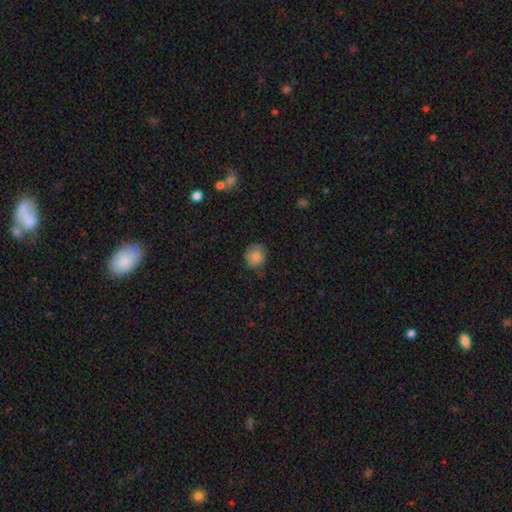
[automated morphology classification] A smooth galaxy with no disk features (84%) that is round (82%).

Vote fractions:
- Smooth or featured? smooth: 84% / star or artifact: 9% / featured or disk: 7%
- How rounded? round: 82% / in between: 17% / cigar-shaped: 1%
- Merging? none: 74% / minor disturbance: 20% / major disturbance: 4% / merger: 1%